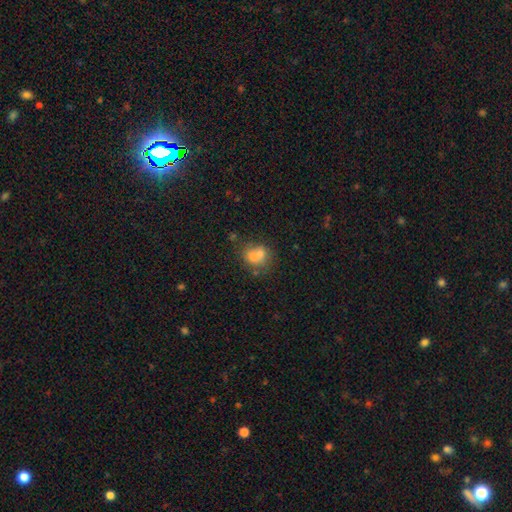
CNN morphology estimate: Smooth or featured? Predicted: smooth (p=0.66). How rounded? Predicted: round (p=0.71). Merging? Predicted: merger (p=0.54).